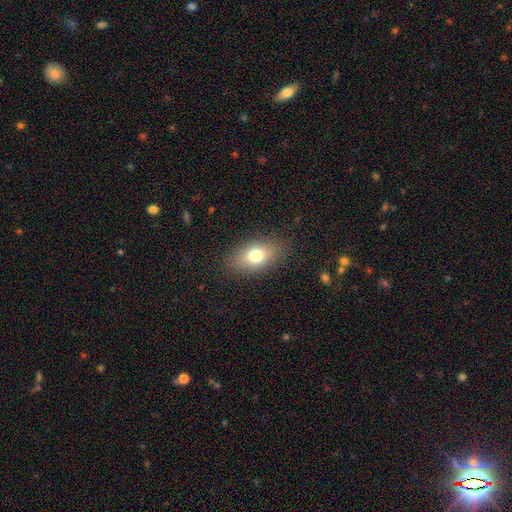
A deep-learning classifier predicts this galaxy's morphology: Smooth or featured?
  - smooth: 75% *
  - featured or disk: 16%
  - star or artifact: 10%
How rounded?
  - in between: 84% *
  - round: 11%
  - cigar-shaped: 4%
Merging?
  - none: 85% *
  - minor disturbance: 10%
  - major disturbance: 4%
  - merger: 1%